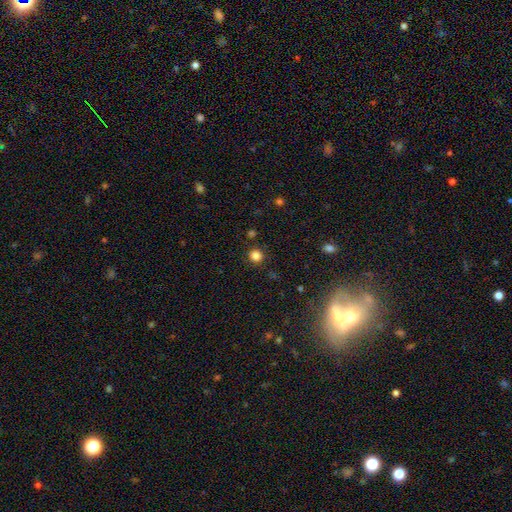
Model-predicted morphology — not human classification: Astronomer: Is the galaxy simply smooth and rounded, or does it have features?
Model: smooth — 83%.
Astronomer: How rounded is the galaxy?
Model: round — 94%.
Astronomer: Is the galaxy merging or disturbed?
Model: none — 90%.